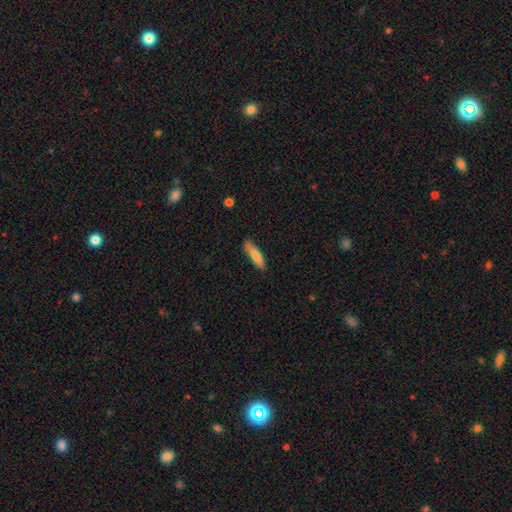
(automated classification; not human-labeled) A smooth galaxy with no disk features (81%) that is cigar-shaped (66%). Merging: none (79%).